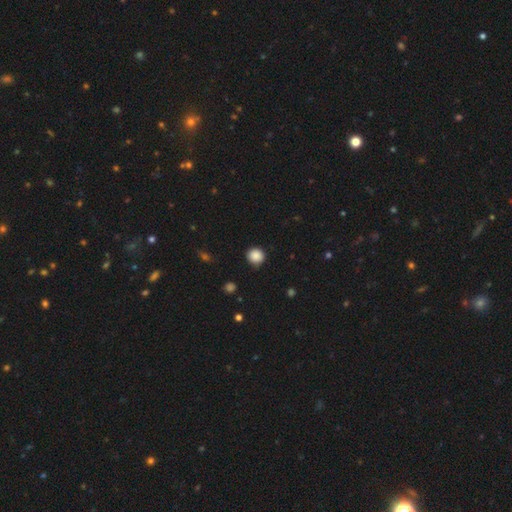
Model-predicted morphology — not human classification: This is clearly a smooth galaxy (87%). How rounded: clearly round (91%). Merging: clearly none (88%).